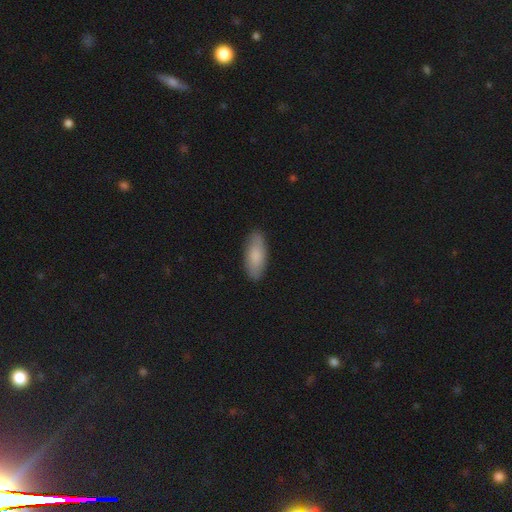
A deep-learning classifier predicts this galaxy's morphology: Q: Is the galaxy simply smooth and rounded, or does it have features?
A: smooth — 84%.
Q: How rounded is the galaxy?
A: in between — 80%.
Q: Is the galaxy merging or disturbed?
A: none — 87%.